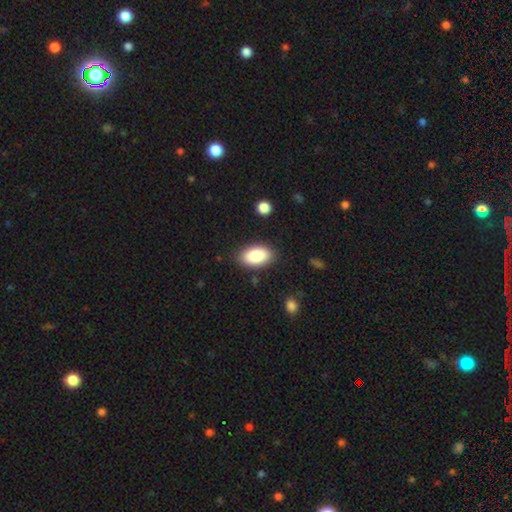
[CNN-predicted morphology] Smooth or featured? Predicted: smooth (p=0.86). How rounded? Predicted: in between (p=0.94). Merging? Predicted: none (p=0.86).